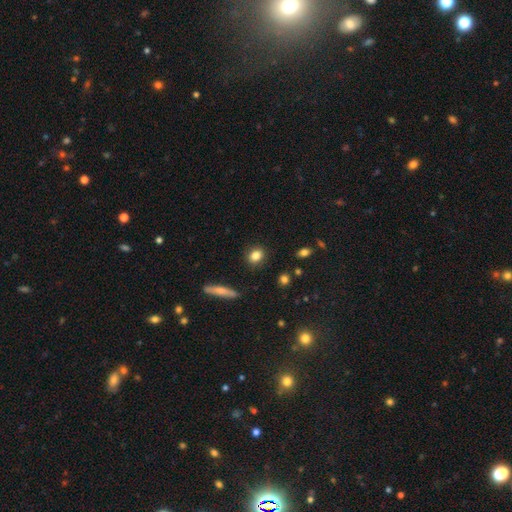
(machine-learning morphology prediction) Smooth or featured: smooth — 84% (star or artifact — 9%)
How rounded: round — 56% (in between — 41%)
Merging: none — 88% (minor disturbance — 8%)